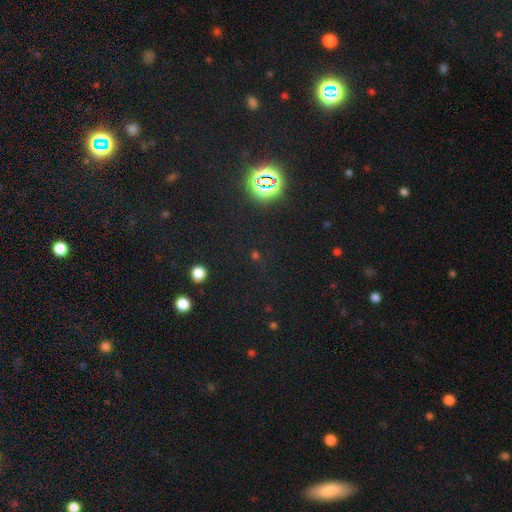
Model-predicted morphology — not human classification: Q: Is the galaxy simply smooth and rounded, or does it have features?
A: star or artifact — 71%.